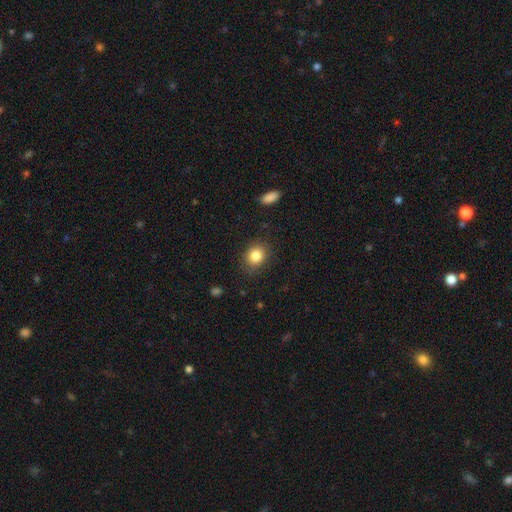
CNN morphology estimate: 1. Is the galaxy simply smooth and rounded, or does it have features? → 84% smooth, 10% star or artifact, 6% featured or disk.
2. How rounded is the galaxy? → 62% round, 37% in between, 1% cigar-shaped.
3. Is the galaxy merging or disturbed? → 85% none, 11% minor disturbance, 3% major disturbance, 1% merger.